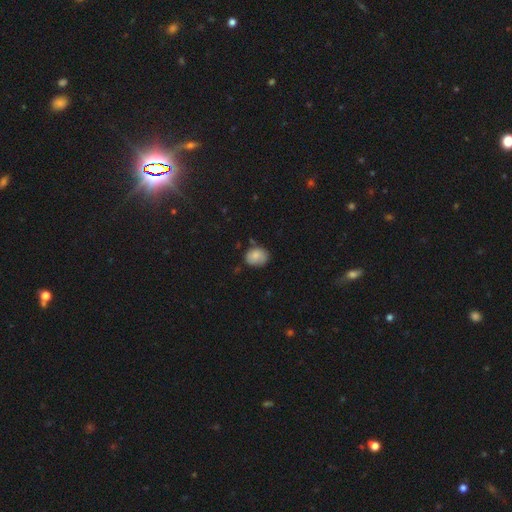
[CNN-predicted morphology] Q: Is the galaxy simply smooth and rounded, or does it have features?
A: smooth — 80%.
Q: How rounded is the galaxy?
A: in between — 53%.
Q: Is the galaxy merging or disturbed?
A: none — 64%.